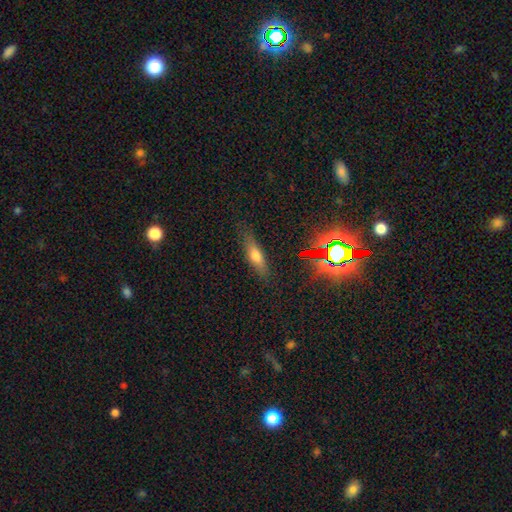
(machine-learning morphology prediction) Smooth or featured?
  - smooth: 60% *
  - featured or disk: 26%
  - star or artifact: 13%
How rounded?
  - cigar-shaped: 54% *
  - in between: 43%
  - round: 3%
Merging?
  - none: 82% *
  - minor disturbance: 13%
  - major disturbance: 4%
  - merger: 2%